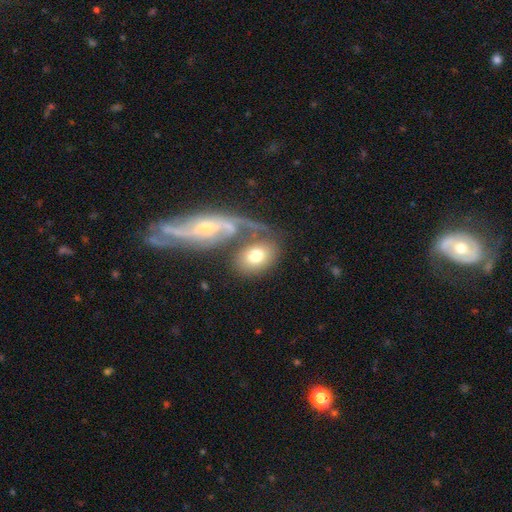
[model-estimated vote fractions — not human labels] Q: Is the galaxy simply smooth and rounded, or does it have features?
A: smooth — 68%.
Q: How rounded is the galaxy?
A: in between — 69%.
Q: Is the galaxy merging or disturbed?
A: none — 42%.